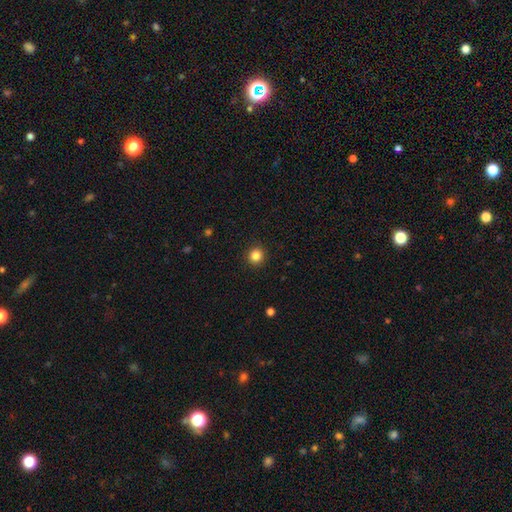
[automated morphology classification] Smooth or featured? Predicted: smooth (p=0.84). How rounded? Predicted: round (p=0.94). Merging? Predicted: none (p=0.93).